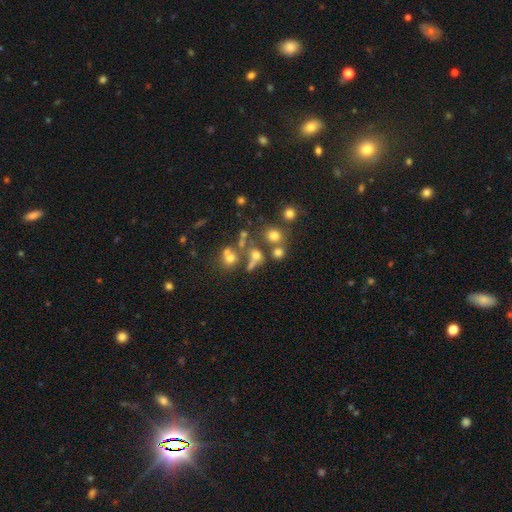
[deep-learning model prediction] This appears to be a smooth galaxy with no disk features (60%) that is round (79%). Merging: none (53%).